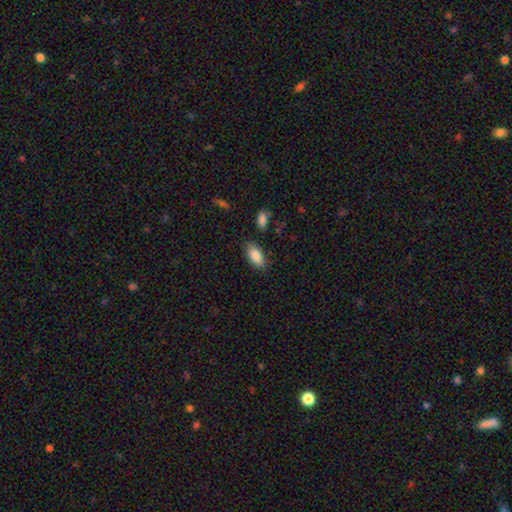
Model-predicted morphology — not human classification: type=smooth (85%); roundness=in between (91%); merging=none (81%).